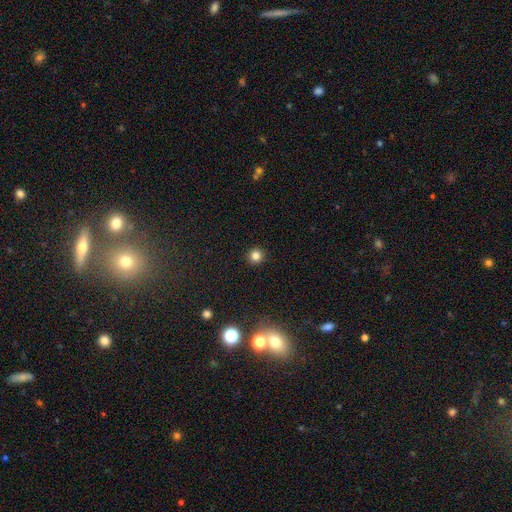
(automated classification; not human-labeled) The model was most divided on "smooth or featured": smooth: 82%, star or artifact: 14%, featured or disk: 4%. More confident: how rounded — round (95%); merging — none (93%).